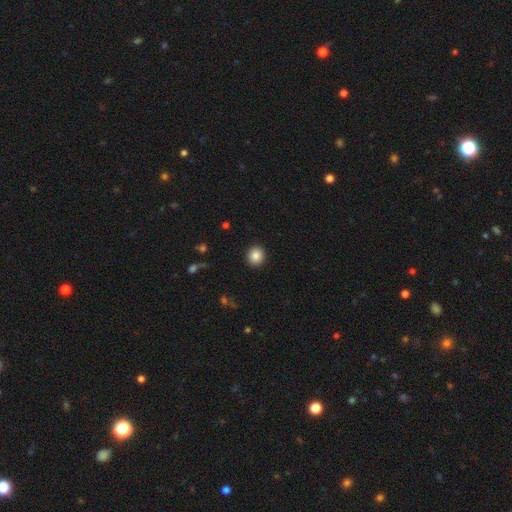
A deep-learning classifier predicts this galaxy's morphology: Smooth or featured: smooth — 86% (star or artifact — 9%)
How rounded: round — 91% (in between — 8%)
Merging: none — 93% (minor disturbance — 5%)